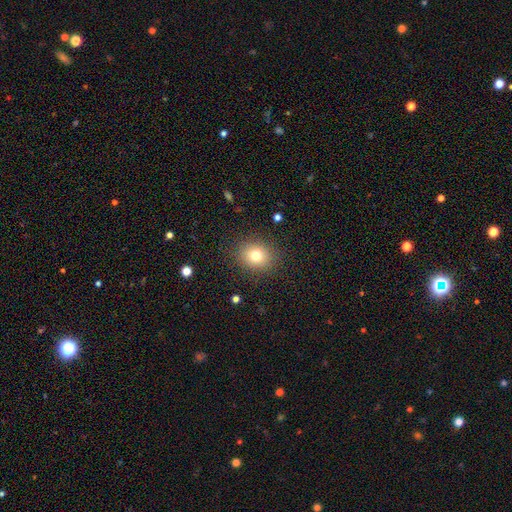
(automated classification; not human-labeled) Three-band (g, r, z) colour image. It shows a smooth galaxy with no disk features (77%) that is round (70%). Merging: none (87%).